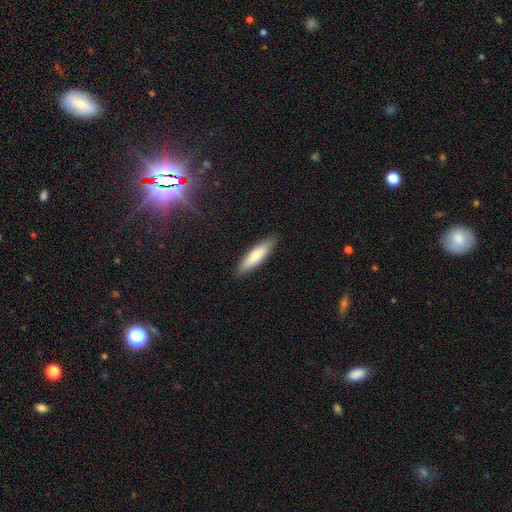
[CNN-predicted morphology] This appears to be a smooth galaxy with no disk features (79%) that is cigar-shaped (72%). Merging: none (89%).